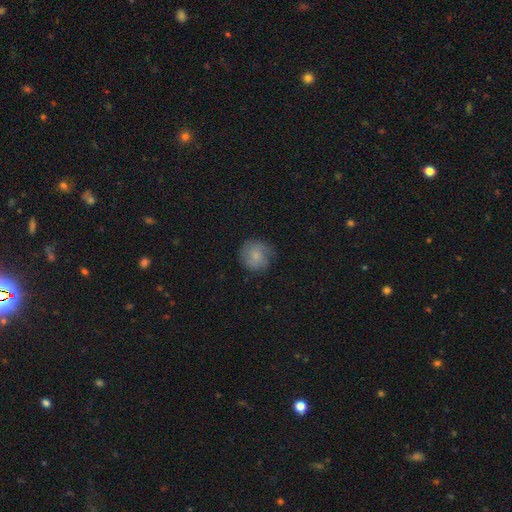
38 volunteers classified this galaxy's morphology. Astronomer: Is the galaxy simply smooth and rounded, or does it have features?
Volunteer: smooth — 58% (runner-up: featured or disk, 42%).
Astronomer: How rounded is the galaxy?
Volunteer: round — 95%.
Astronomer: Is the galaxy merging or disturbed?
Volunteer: none — 74%.